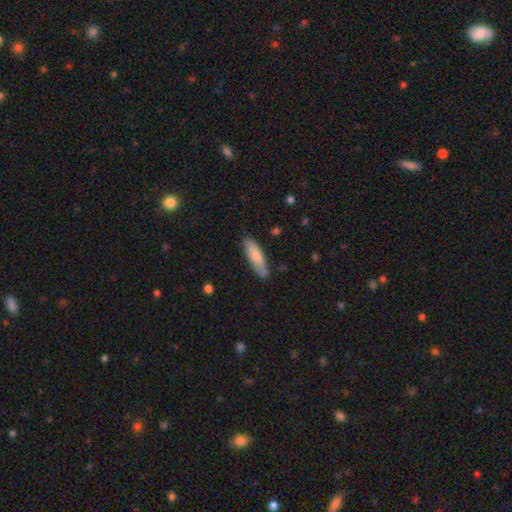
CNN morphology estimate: A smooth galaxy with no disk features (78%) that is cigar-shaped (60%).

Vote fractions:
- Smooth or featured? smooth: 78% / featured or disk: 17% / star or artifact: 5%
- How rounded? cigar-shaped: 60% / in between: 38% / round: 2%
- Merging? none: 80% / minor disturbance: 15% / major disturbance: 3% / merger: 2%